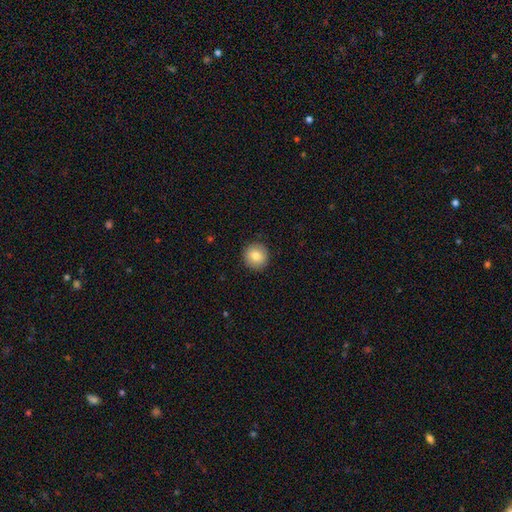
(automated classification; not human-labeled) Smooth or featured? smooth (83%)
How rounded? round (93%)
Merging? none (91%)